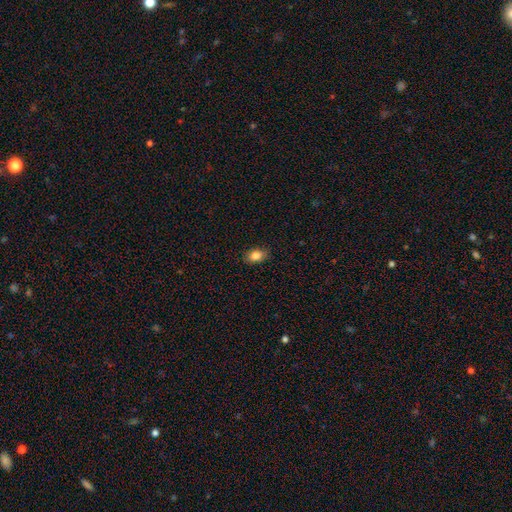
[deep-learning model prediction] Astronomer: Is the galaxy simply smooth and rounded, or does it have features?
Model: smooth — 84%.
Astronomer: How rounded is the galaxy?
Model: in between — 80%.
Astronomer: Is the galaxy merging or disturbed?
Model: none — 85%.